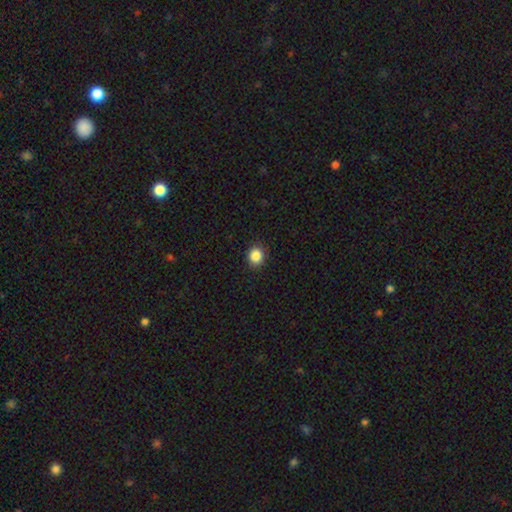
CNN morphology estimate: Smooth or featured? Predicted: smooth (p=0.86). How rounded? Predicted: round (p=0.79). Merging? Predicted: none (p=0.91).